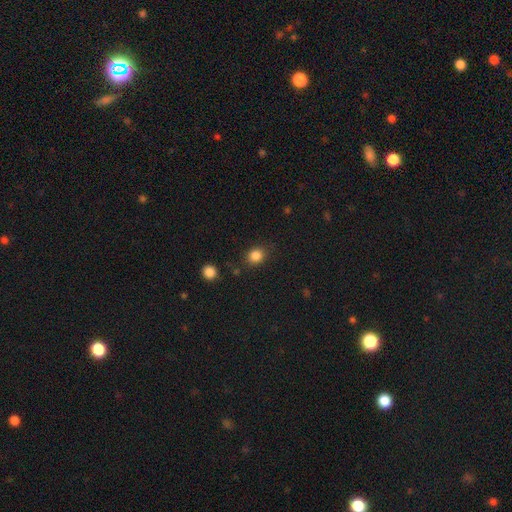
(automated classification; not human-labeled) smooth_or_featured: smooth (p=0.85) [alt: star or artifact p=0.11]
how_rounded: round (p=0.69) [alt: in between p=0.31]
merging: none (p=0.82) [alt: minor disturbance p=0.11]